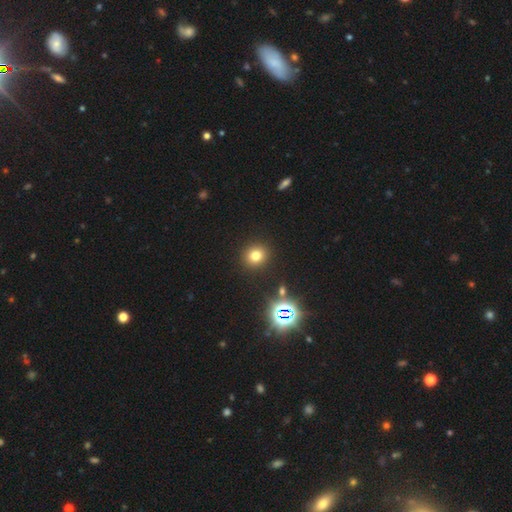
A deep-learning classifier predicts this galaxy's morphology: Smooth or featured? Predicted: smooth (p=0.73). How rounded? Predicted: round (p=0.87). Merging? Predicted: none (p=0.90).